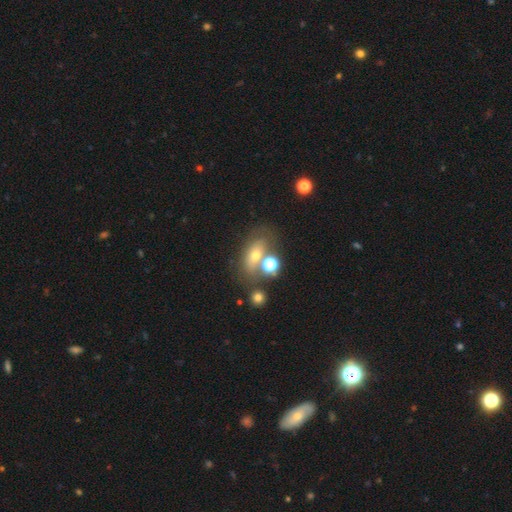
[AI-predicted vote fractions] smooth-or-featured: smooth: 59% | featured or disk: 24% | star or artifact: 17%
  how-rounded: in between: 68% | round: 25% | cigar-shaped: 6%
  merging: none: 51% | merger: 24% | minor disturbance: 15% | major disturbance: 10%